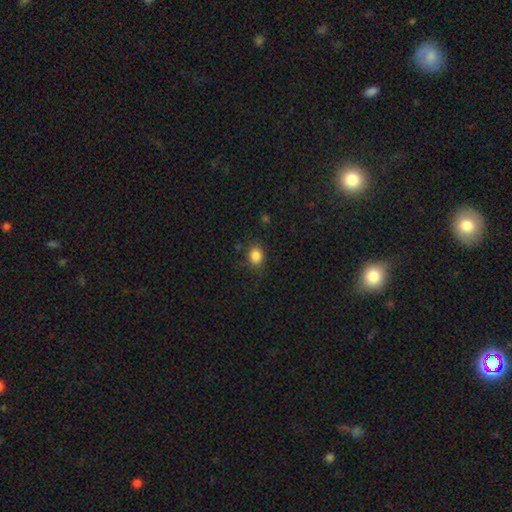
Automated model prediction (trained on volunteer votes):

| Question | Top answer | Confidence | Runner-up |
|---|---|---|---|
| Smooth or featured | smooth | 84% | star or artifact (11%) |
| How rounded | round | 58% | in between (41%) |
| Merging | none | 80% | minor disturbance (15%) |